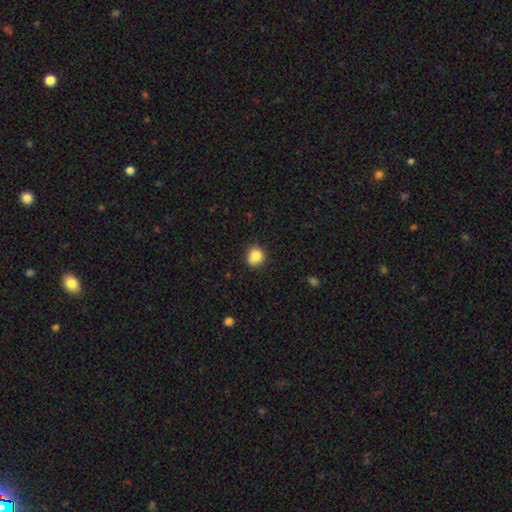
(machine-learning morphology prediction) smooth_or_featured: smooth (p=0.84) [alt: star or artifact p=0.10]
how_rounded: round (p=0.82) [alt: in between p=0.18]
merging: none (p=0.77) [alt: minor disturbance p=0.18]